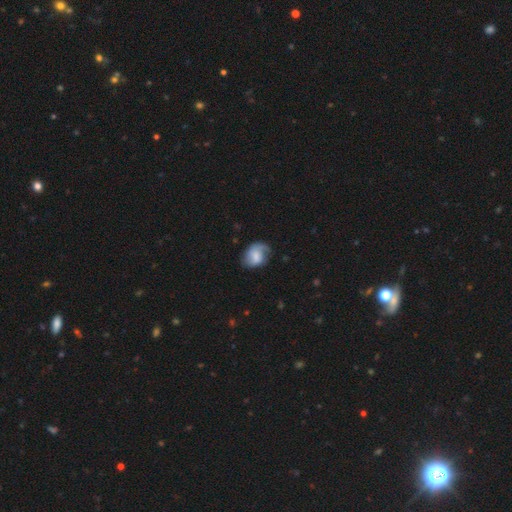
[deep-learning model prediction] Smooth or featured?
  - featured or disk: 49% *
  - smooth: 44%
  - star or artifact: 8%
Merging?
  - none: 54% *
  - minor disturbance: 28%
  - major disturbance: 16%
  - merger: 2%